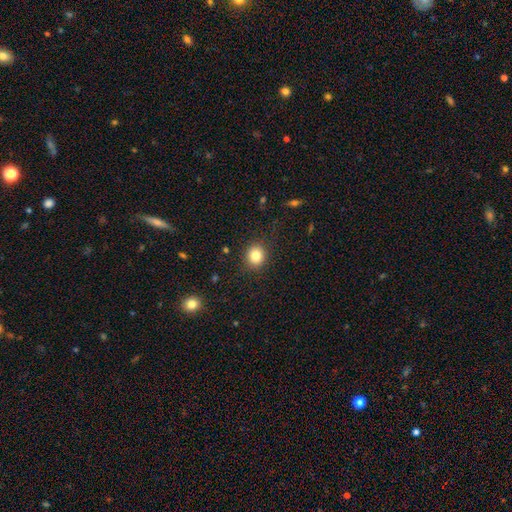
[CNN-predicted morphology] This is clearly a smooth galaxy (83%). How rounded: likely round (80%). Merging: clearly none (88%).